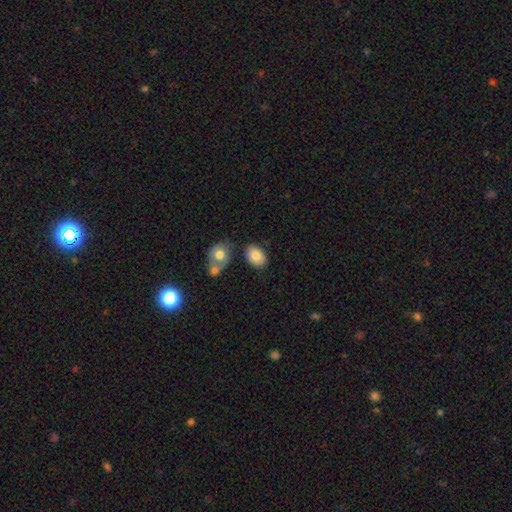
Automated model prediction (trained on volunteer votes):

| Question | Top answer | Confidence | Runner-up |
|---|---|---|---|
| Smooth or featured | smooth | 83% | featured or disk (10%) |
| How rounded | in between | 84% | round (15%) |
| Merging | none | 73% | minor disturbance (12%) |